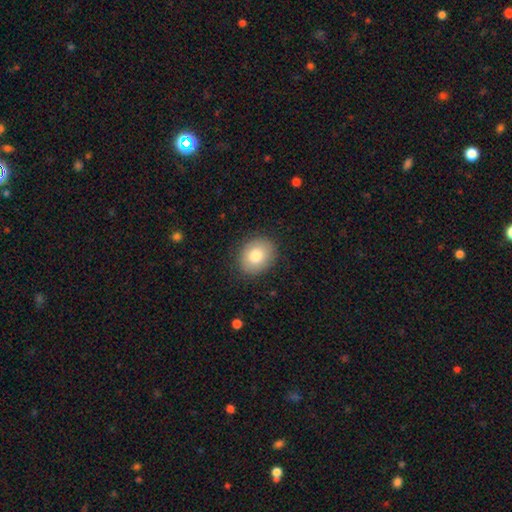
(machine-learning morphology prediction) Q: Smooth or featured?
A: smooth (80%); runner-up: featured or disk (12%)
Q: How rounded?
A: round (52%); runner-up: in between (47%)
Q: Merging?
A: none (87%); runner-up: minor disturbance (9%)